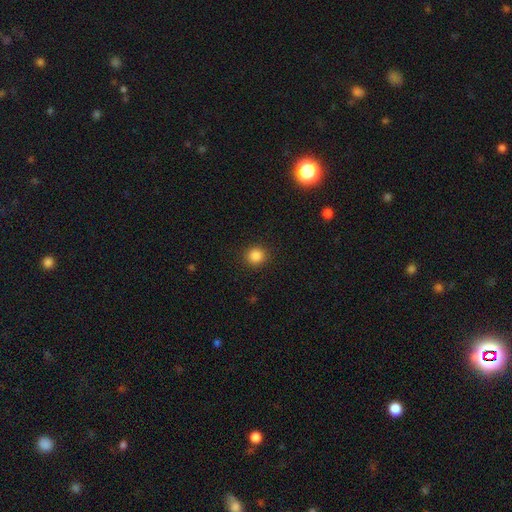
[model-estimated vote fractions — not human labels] A smooth galaxy with no disk features (86%) that is round (91%). Merging: none (91%).